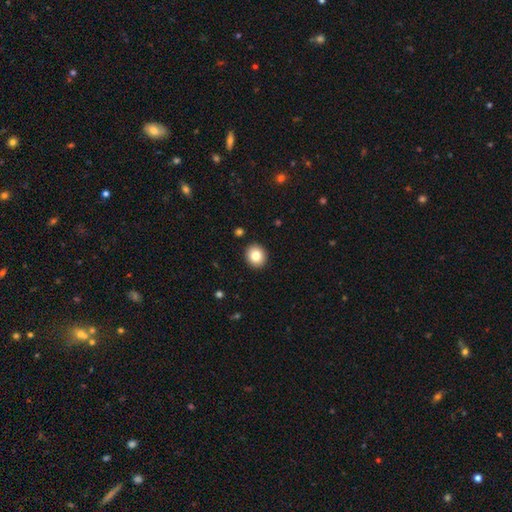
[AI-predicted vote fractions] Overall: smooth (83%). How rounded: round (76%). Merging: none (92%).